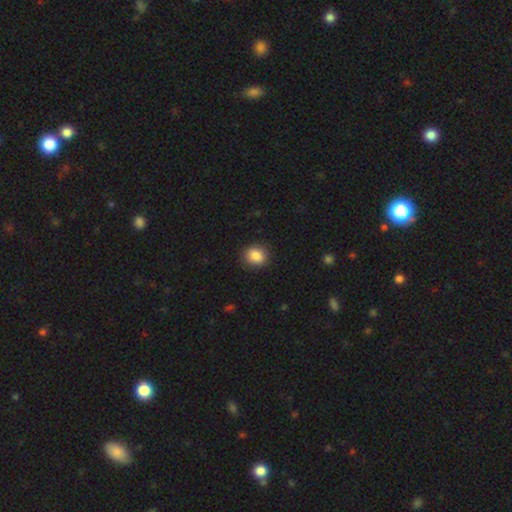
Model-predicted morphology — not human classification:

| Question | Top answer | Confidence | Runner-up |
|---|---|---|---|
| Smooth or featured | smooth | 87% | star or artifact (9%) |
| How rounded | round | 68% | in between (31%) |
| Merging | none | 87% | minor disturbance (9%) |